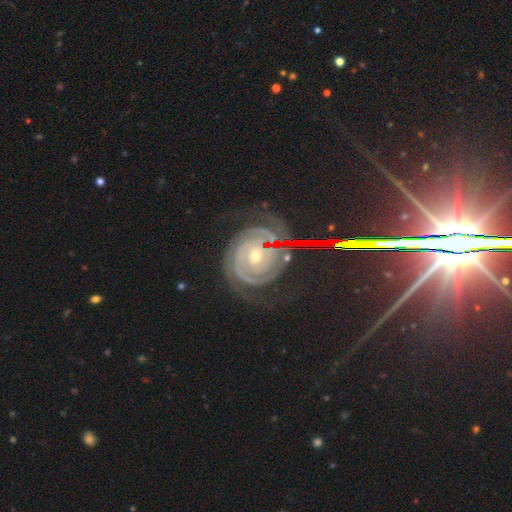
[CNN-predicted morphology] Q: Smooth or featured?
A: featured or disk (88%); runner-up: star or artifact (8%)
Q: Edge-on disk?
A: no (98%); runner-up: yes (2%)
Q: Bar?
A: no (62%); runner-up: weak (26%)
Q: Spiral arms?
A: yes (98%); runner-up: no (2%)
Q: Spiral winding?
A: tight (82%); runner-up: medium (15%)
Q: Spiral arm count?
A: 2 (62%); runner-up: 3 (14%)
Q: Bulge size?
A: small (56%); runner-up: moderate (40%)
Q: Merging?
A: none (74%); runner-up: minor disturbance (16%)